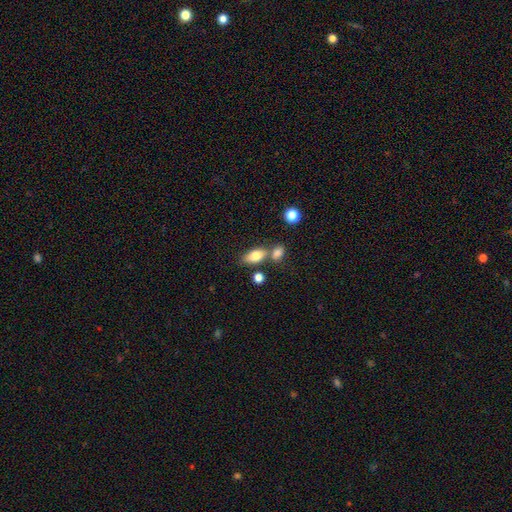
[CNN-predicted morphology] A smooth galaxy with no disk features (78%) that is in between round and cigar-shaped (85%).

Vote fractions:
- Smooth or featured? smooth: 78% / featured or disk: 14% / star or artifact: 8%
- How rounded? in between: 85% / cigar-shaped: 8% / round: 7%
- Merging? none: 56% / merger: 28% / minor disturbance: 12% / major disturbance: 4%